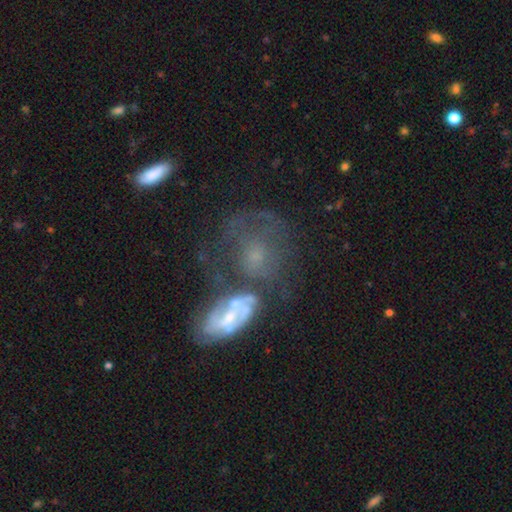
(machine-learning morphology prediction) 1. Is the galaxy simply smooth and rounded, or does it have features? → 54% featured or disk, 30% smooth, 16% star or artifact.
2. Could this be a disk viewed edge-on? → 94% no, 6% yes.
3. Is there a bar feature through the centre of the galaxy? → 68% no, 25% weak, 7% strong.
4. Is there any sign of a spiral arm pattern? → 54% yes, 46% no.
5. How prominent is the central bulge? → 46% small, 30% moderate, 18% none, 4% large, 2% dominant.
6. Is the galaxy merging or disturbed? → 33% merger, 28% none, 23% major disturbance, 16% minor disturbance.